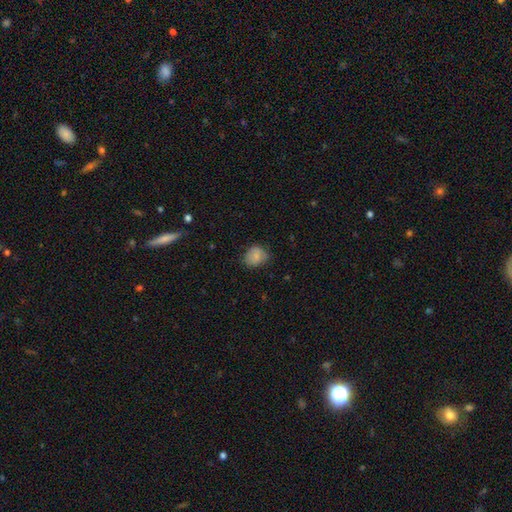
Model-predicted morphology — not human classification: A smooth galaxy with no disk features (80%) that is round (64%). Merging: none (67%).